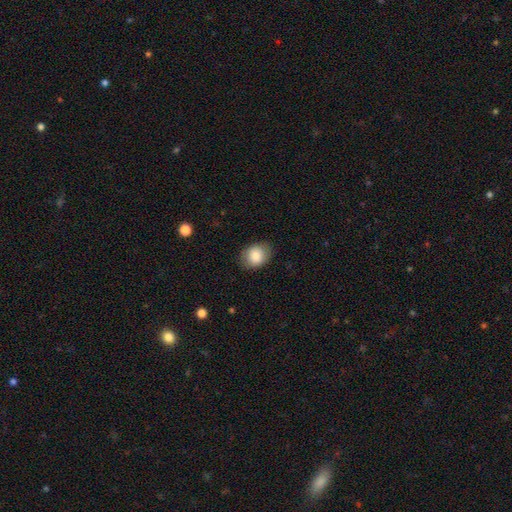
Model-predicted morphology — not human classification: type=smooth (84%); roundness=in between (58%); merging=none (82%).